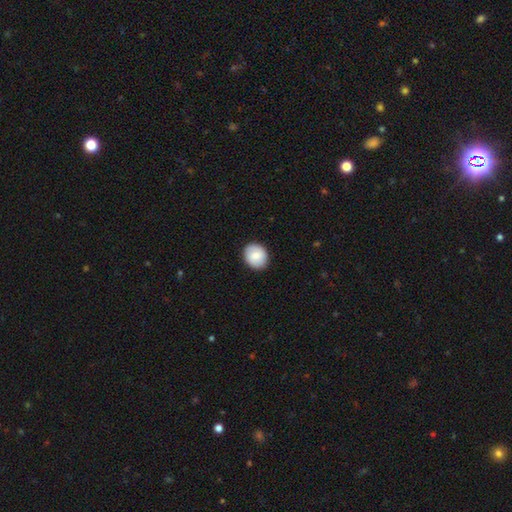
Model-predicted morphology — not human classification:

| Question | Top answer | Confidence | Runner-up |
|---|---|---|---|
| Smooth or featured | smooth | 81% | featured or disk (12%) |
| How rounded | round | 67% | in between (32%) |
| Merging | none | 89% | minor disturbance (9%) |